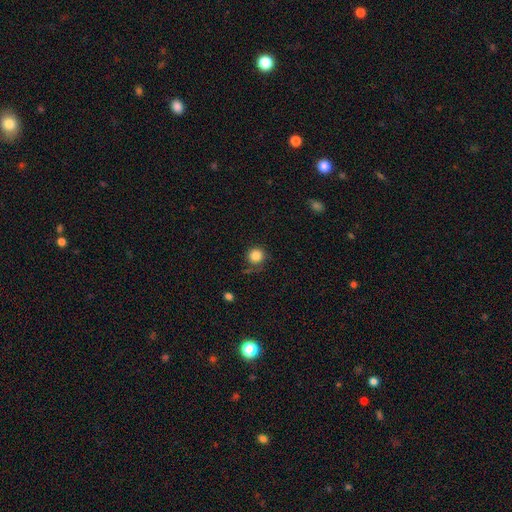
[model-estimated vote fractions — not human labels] smooth 85%, star or artifact 10%, featured or disk 5%. Down the decision tree: how rounded — round (93%); merging — none (73%).